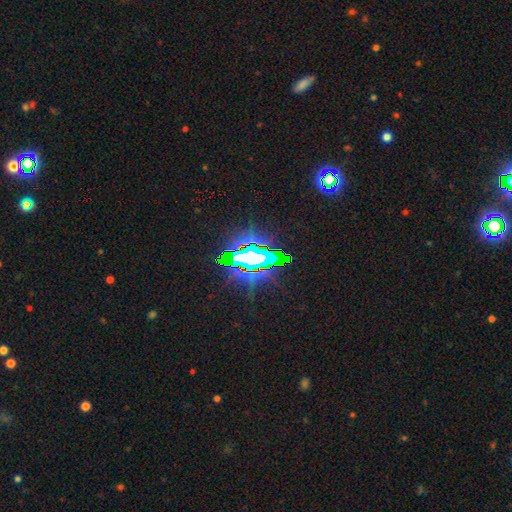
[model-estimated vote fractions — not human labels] This is likely a star or artifact rather than a galaxy (71%).